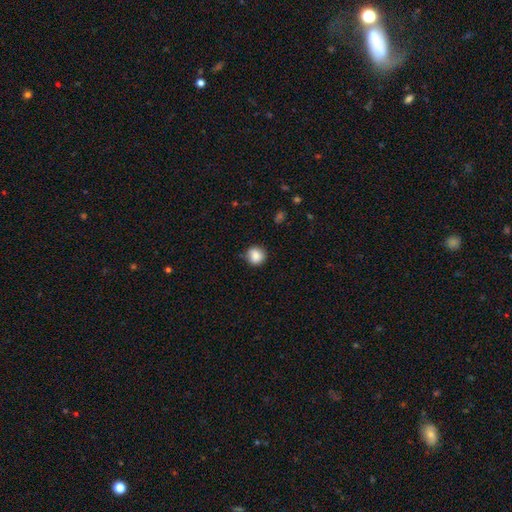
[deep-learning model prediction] Overall: smooth (85%). How rounded: round (88%). Merging: none (79%).